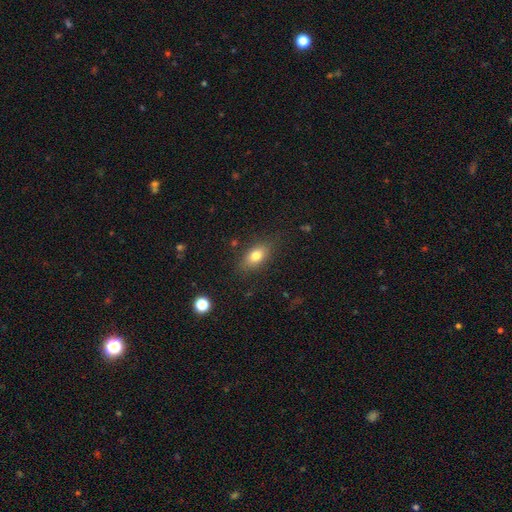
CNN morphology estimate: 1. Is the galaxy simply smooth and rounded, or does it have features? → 77% smooth, 14% featured or disk, 9% star or artifact.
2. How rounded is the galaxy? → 83% in between, 10% round, 7% cigar-shaped.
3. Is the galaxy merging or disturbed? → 80% none, 14% minor disturbance, 4% major disturbance, 2% merger.